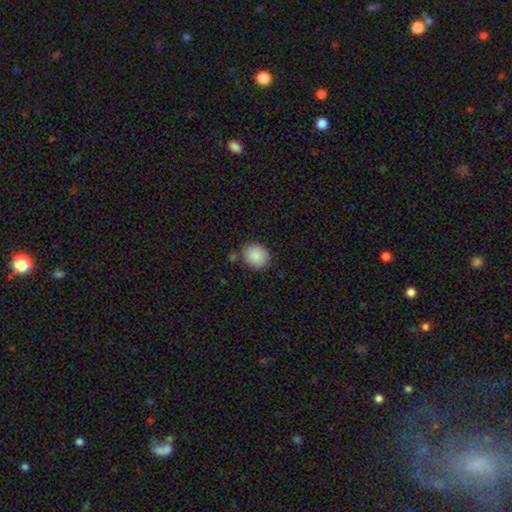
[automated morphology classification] Q: Smooth or featured?
A: smooth (89%); runner-up: star or artifact (7%)
Q: How rounded?
A: round (67%); runner-up: in between (32%)
Q: Merging?
A: none (79%); runner-up: minor disturbance (12%)